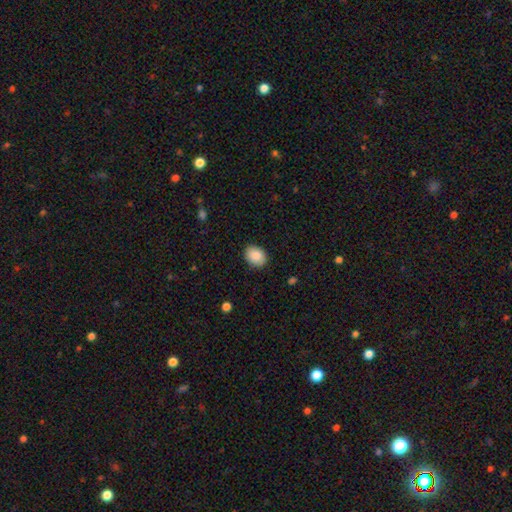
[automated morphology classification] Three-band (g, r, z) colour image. It shows a smooth galaxy with no disk features (88%) that is in between round and cigar-shaped (66%). Merging: none (88%).